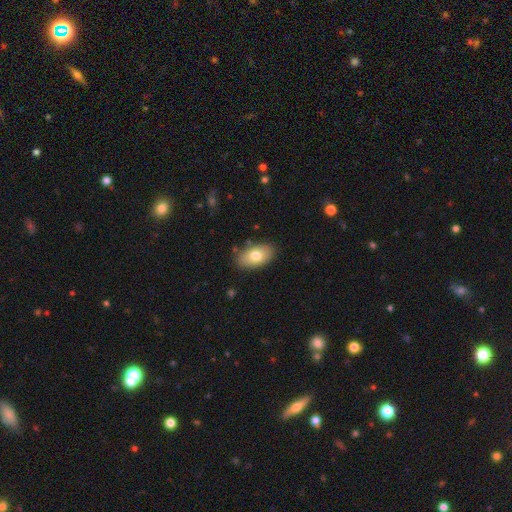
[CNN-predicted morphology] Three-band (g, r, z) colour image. It shows a smooth galaxy with no disk features (76%) that is in between round and cigar-shaped (93%). Merging: none (84%).